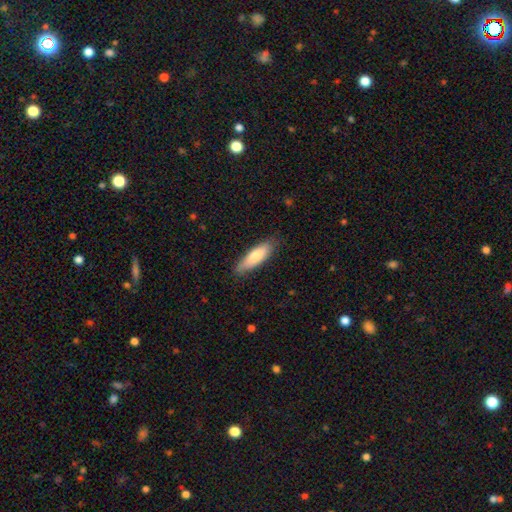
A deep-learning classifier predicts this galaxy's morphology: Overall: smooth (77%). How rounded: cigar-shaped (59%; in between 39%). Merging: none (84%).